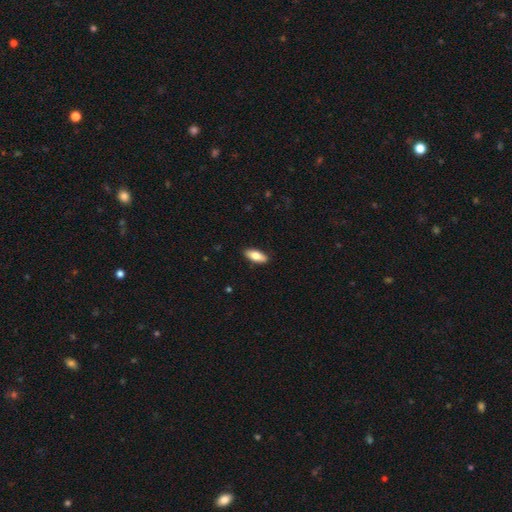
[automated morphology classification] Smooth or featured?
  - smooth: 76% *
  - featured or disk: 18%
  - star or artifact: 6%
How rounded?
  - in between: 79% *
  - cigar-shaped: 18%
  - round: 2%
Merging?
  - none: 89% *
  - minor disturbance: 8%
  - major disturbance: 2%
  - merger: 1%